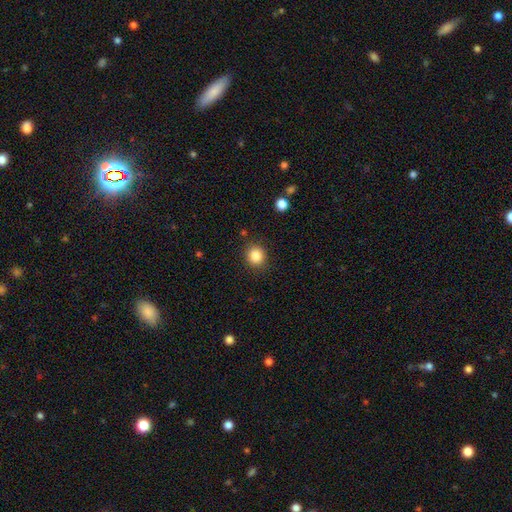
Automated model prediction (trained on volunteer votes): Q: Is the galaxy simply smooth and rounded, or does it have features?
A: smooth — 86%.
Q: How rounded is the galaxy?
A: round — 88%.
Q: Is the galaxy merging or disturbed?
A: none — 88%.